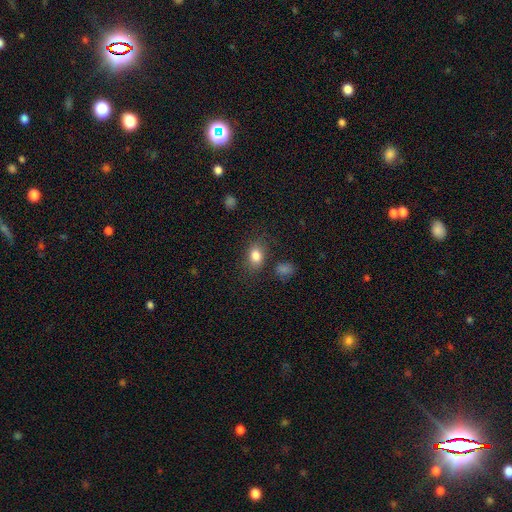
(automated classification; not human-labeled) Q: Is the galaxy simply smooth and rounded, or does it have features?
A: smooth — 82%.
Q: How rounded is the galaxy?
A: in between — 71%.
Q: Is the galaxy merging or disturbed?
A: none — 77%.